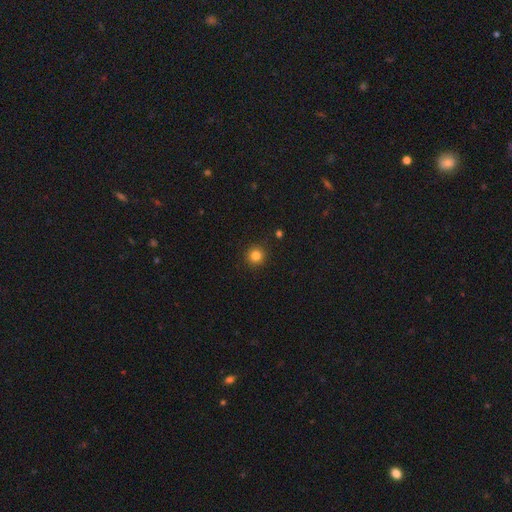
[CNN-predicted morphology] This is clearly a smooth galaxy (82%). How rounded: clearly round (94%). Merging: clearly none (91%).